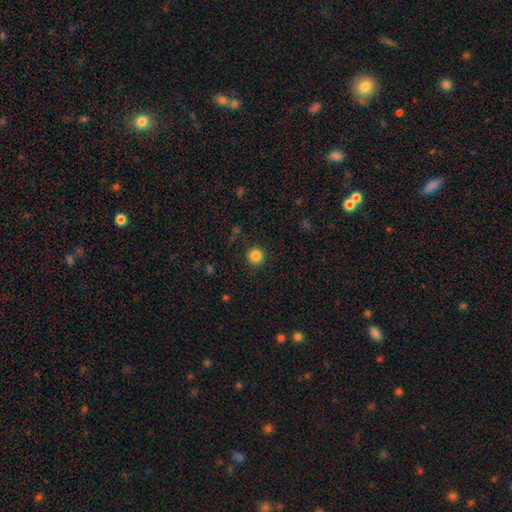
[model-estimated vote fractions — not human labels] Morphology: type=smooth (85%); roundness=round (95%); merging=none (91%).